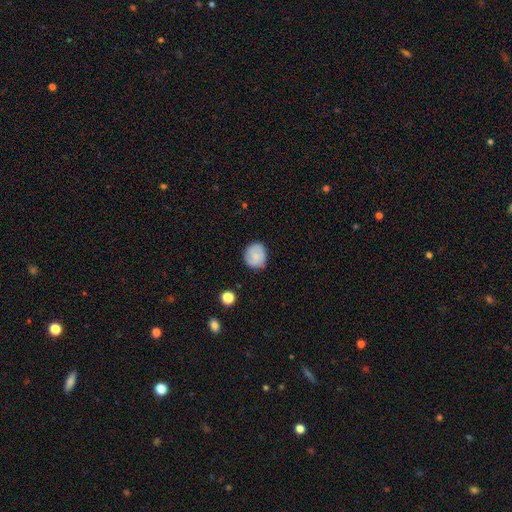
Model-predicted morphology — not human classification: type=smooth (74%); roundness=round (79%); merging=none (78%).